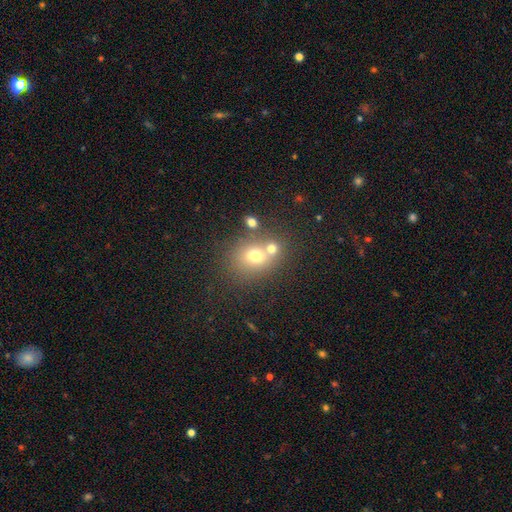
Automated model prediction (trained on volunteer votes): smooth-or-featured: smooth: 68% | featured or disk: 16% | star or artifact: 16%
  how-rounded: round: 66% | in between: 33% | cigar-shaped: 1%
  merging: none: 45% | merger: 42% | minor disturbance: 9% | major disturbance: 4%